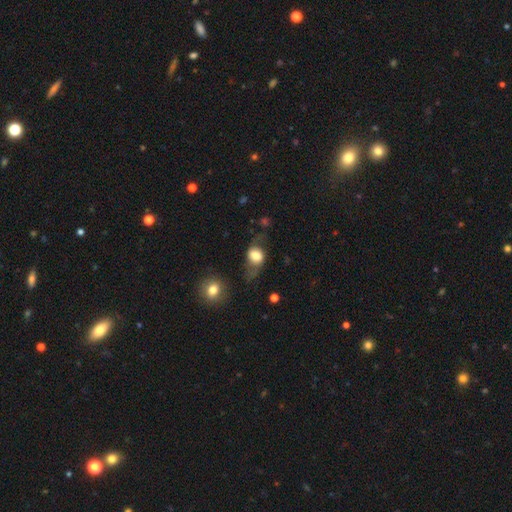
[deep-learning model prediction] Q: Smooth or featured?
A: smooth (62%); runner-up: featured or disk (29%)
Q: How rounded?
A: in between (64%); runner-up: round (34%)
Q: Merging?
A: none (46%); runner-up: minor disturbance (26%)